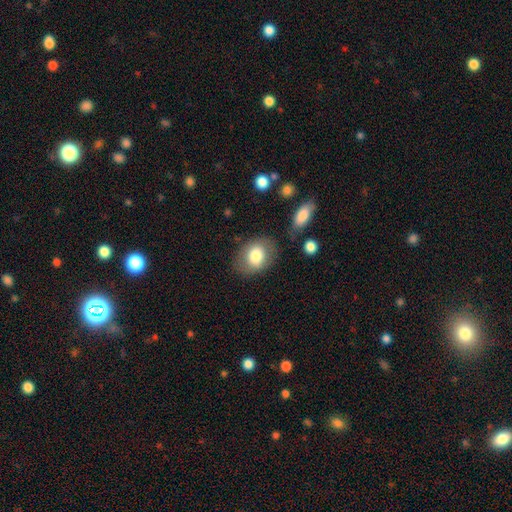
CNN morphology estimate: type=smooth (78%); roundness=in between (65%); merging=none (75%).